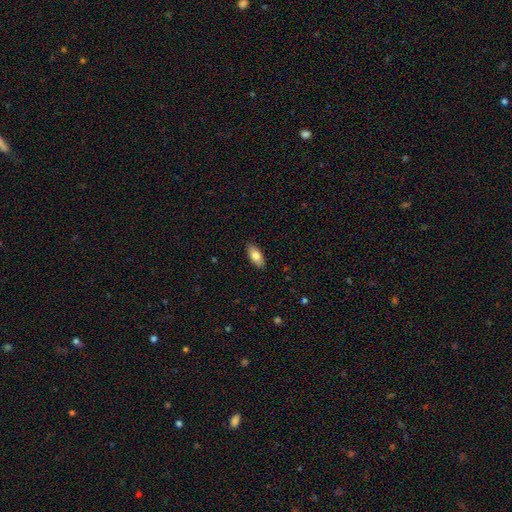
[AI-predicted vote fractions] This is likely a smooth galaxy (78%). How rounded: clearly in between (85%). Merging: clearly none (89%).